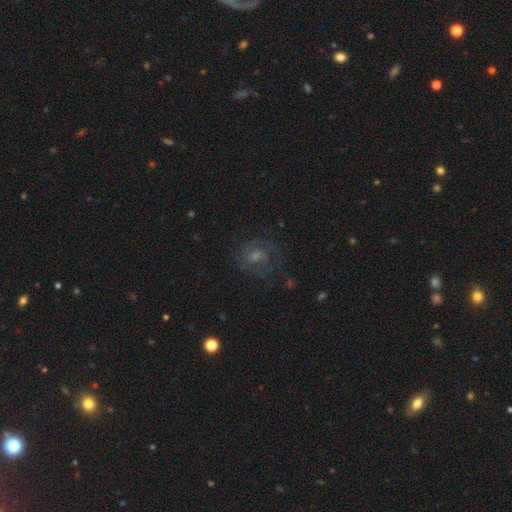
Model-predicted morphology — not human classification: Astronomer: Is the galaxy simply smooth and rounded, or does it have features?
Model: featured or disk — 55%.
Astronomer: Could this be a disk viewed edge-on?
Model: no — 97%.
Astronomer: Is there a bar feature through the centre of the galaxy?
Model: no — 55% (runner-up: weak, 39%).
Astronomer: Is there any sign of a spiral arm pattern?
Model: yes — 80%.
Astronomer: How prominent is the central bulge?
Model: moderate — 41%, tied with small at 41%.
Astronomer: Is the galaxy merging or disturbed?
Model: none — 67%.